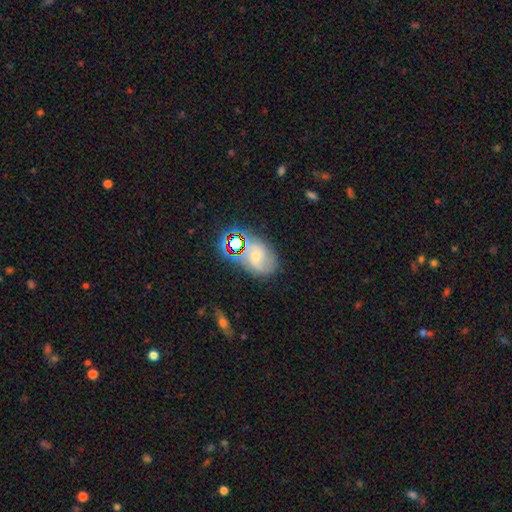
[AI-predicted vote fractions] This appears to be a featured or disk galaxy (50%). Merging: none (62%).